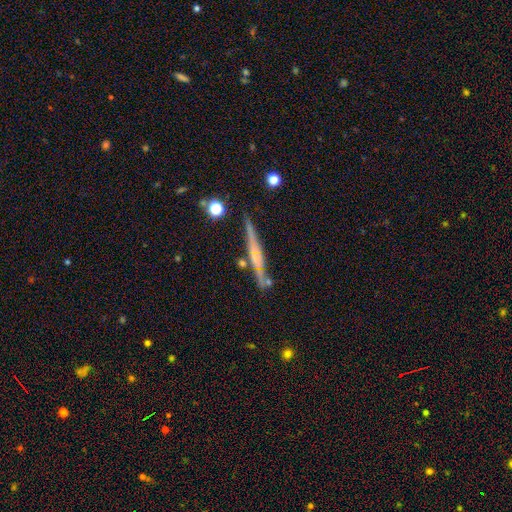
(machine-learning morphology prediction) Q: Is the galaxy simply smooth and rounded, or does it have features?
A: featured or disk — 61%.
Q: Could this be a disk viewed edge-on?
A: yes — 94%.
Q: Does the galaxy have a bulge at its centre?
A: none — 52%.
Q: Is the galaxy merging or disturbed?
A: none — 75%.